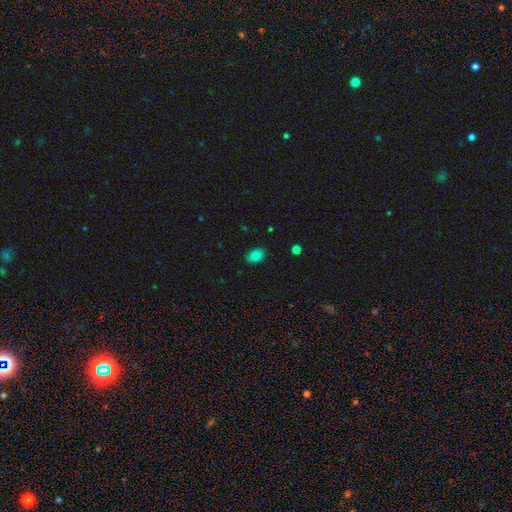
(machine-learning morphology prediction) This is clearly a smooth galaxy (84%). How rounded: likely in between (78%). Merging: likely none (78%).